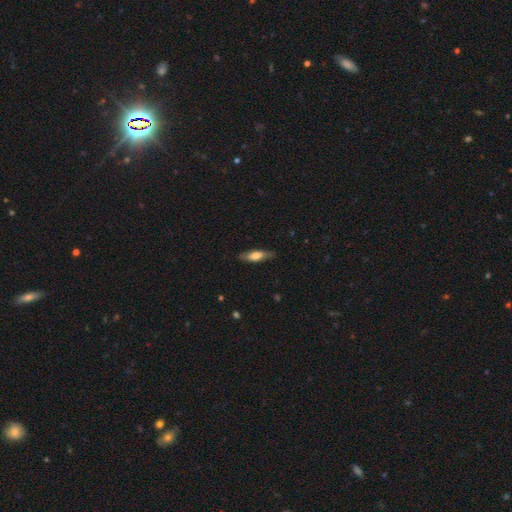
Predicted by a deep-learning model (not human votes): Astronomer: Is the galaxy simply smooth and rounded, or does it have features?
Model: smooth — 61%.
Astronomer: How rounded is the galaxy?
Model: cigar-shaped — 54% (runner-up: in between, 44%).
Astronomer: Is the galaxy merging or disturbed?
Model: none — 82%.